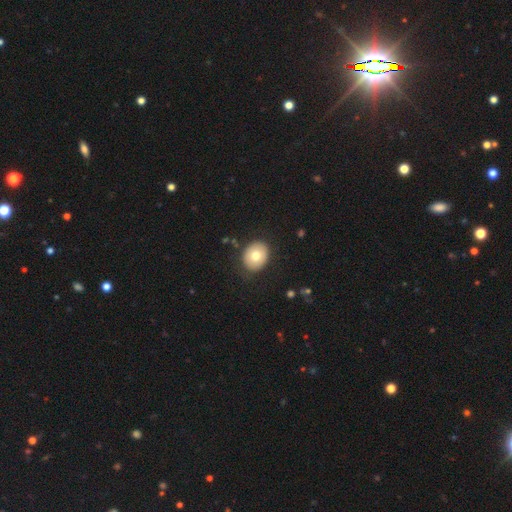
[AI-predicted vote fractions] Overall: smooth (74%). How rounded: round (56%; in between 43%). Merging: none (86%).